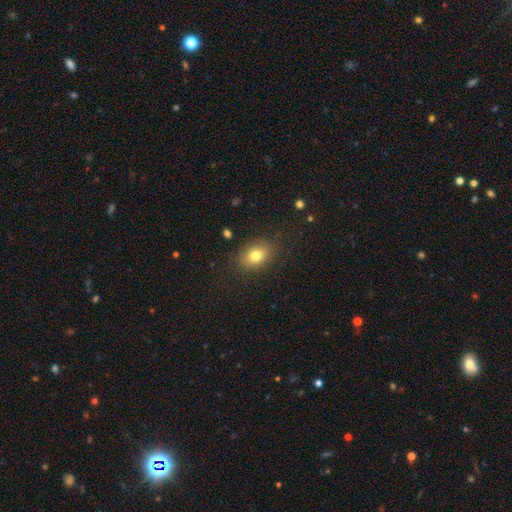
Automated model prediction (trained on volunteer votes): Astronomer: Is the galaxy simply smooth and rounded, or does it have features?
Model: smooth — 78%.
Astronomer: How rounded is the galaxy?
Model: in between — 73%.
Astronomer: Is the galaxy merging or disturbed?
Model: none — 84%.